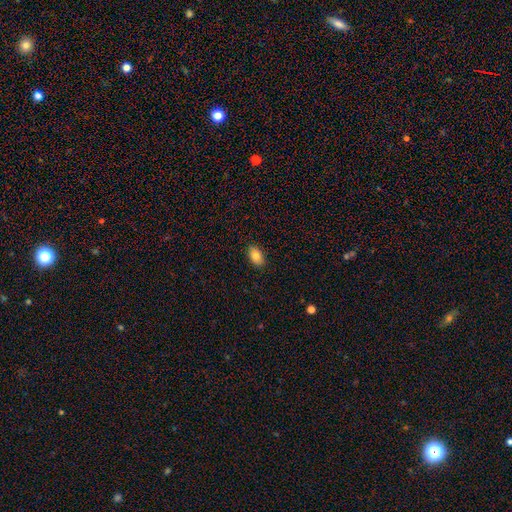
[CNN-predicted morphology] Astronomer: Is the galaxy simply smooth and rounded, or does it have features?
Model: smooth — 82%.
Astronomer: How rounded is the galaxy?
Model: in between — 92%.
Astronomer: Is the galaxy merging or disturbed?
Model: none — 89%.